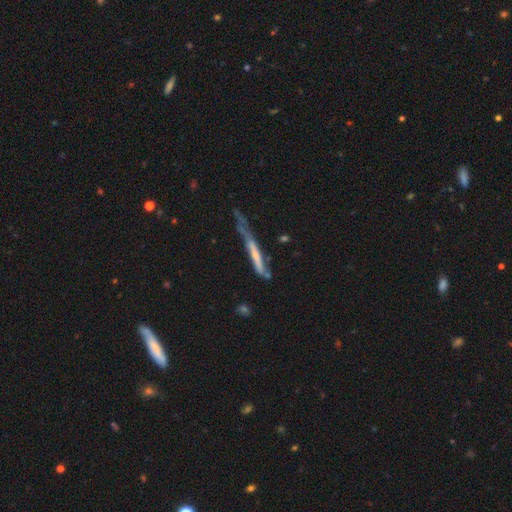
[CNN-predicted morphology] This appears to be a featured or disk galaxy (52%) viewed edge-on (78%). Merging: none (32%).